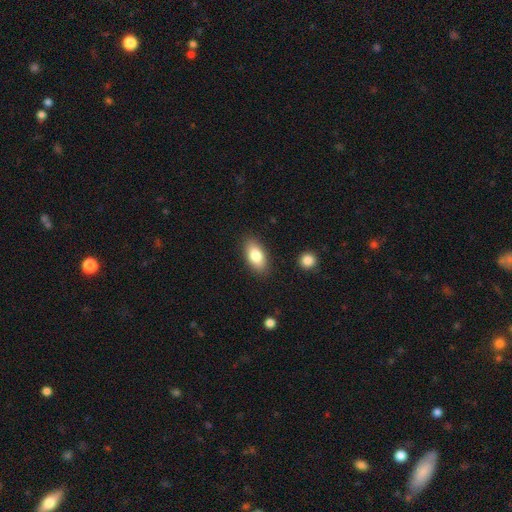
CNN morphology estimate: smooth_or_featured: smooth (p=0.81) [alt: featured or disk p=0.13]
how_rounded: in between (p=0.90) [alt: cigar-shaped p=0.06]
merging: none (p=0.86) [alt: minor disturbance p=0.10]